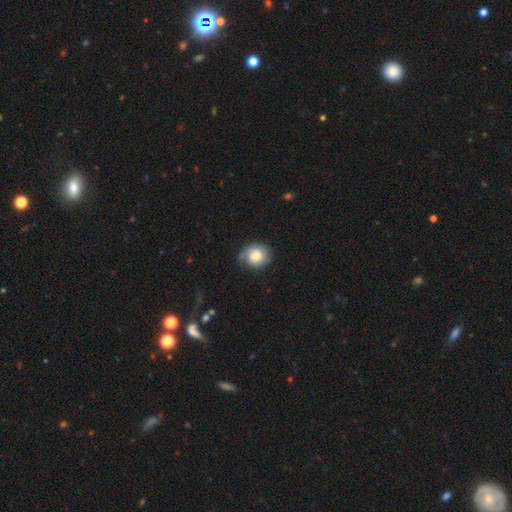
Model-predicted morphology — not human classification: The model was most divided on "merging": none: 61%, minor disturbance: 27%, major disturbance: 10%, merger: 2%. More confident: how rounded — round (78%); smooth or featured — smooth (68%).